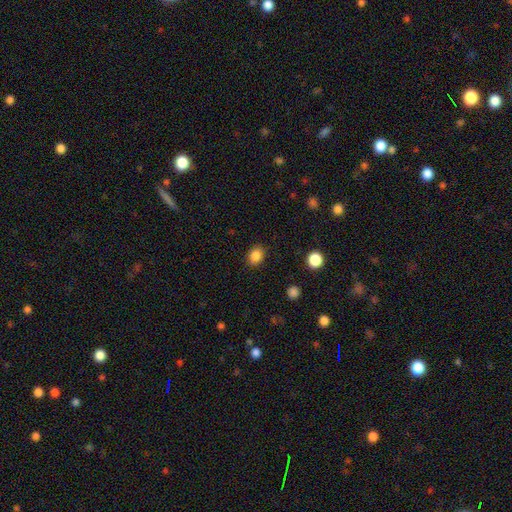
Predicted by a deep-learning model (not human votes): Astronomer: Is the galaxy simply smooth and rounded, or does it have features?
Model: smooth — 85%.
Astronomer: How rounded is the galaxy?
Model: round — 50% (runner-up: in between, 49%).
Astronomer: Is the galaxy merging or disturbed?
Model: none — 86%.